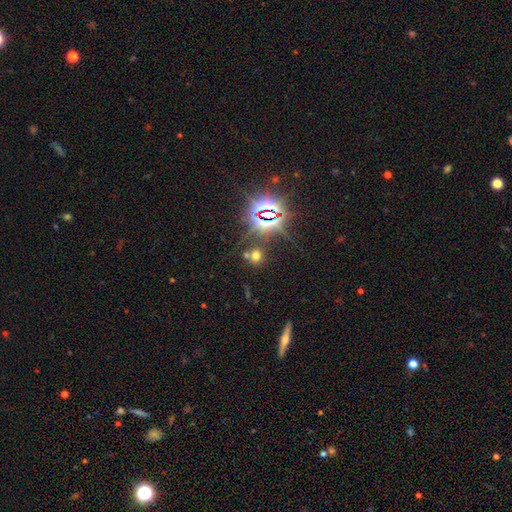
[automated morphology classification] Q: Smooth or featured?
A: smooth (49%); runner-up: star or artifact (42%)
Q: Merging?
A: none (69%); runner-up: merger (17%)